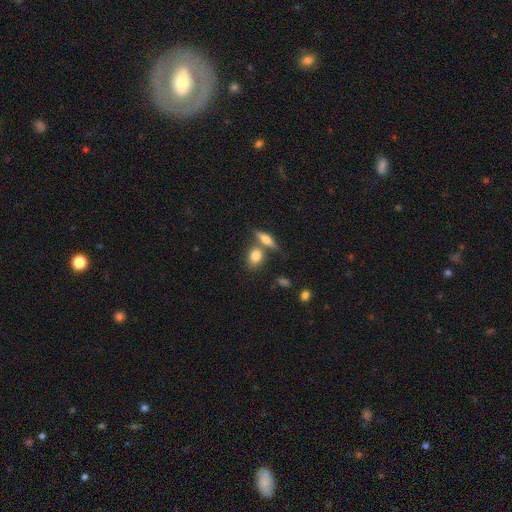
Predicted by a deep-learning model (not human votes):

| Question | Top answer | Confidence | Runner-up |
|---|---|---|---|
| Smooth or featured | smooth | 78% | featured or disk (14%) |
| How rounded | in between | 51% | round (41%) |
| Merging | none | 57% | merger (29%) |